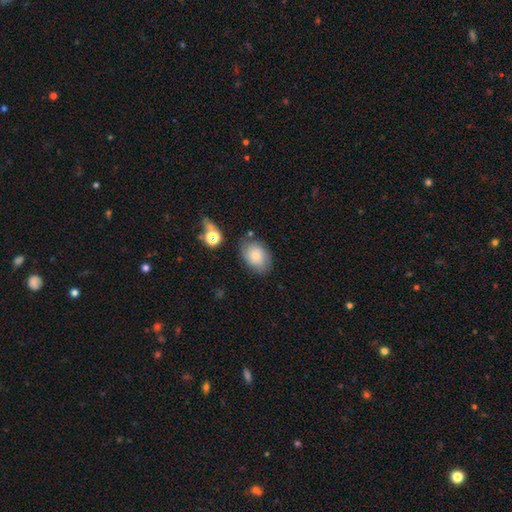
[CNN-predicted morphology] smooth-or-featured: smooth: 72% | featured or disk: 17% | star or artifact: 10%
  how-rounded: in between: 78% | round: 21% | cigar-shaped: 1%
  merging: none: 74% | minor disturbance: 17% | major disturbance: 5% | merger: 4%